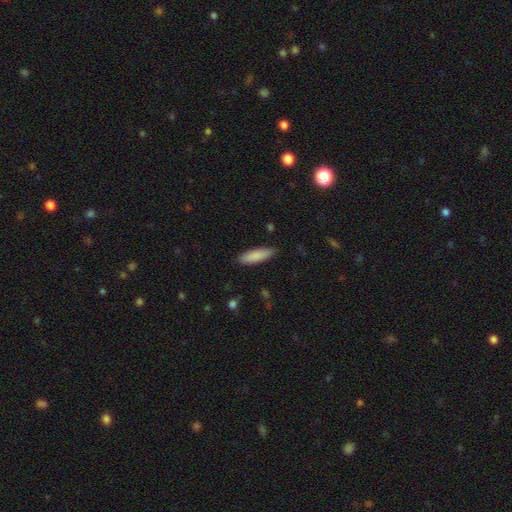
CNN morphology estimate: smooth 87%, featured or disk 7%, star or artifact 6%. Down the decision tree: how rounded — in between (51%); merging — none (87%).